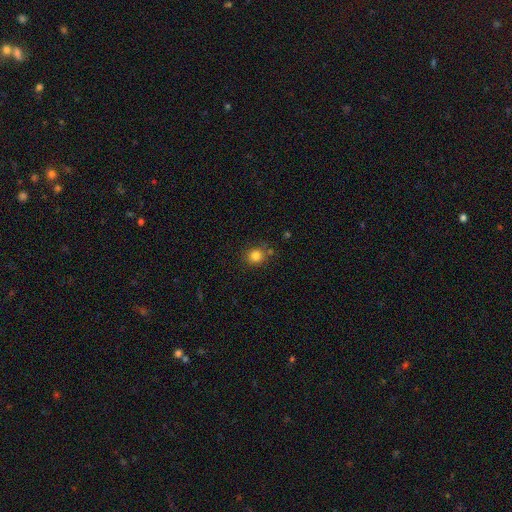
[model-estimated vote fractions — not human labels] Overall: smooth (82%). How rounded: round (87%). Merging: none (77%).